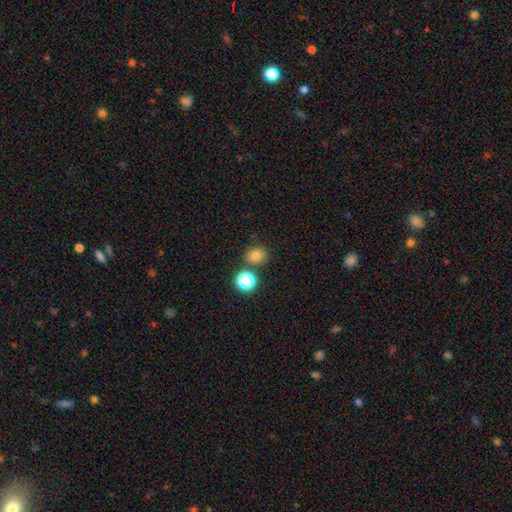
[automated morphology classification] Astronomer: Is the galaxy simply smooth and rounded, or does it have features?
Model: smooth — 75%.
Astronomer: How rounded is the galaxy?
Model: round — 75%.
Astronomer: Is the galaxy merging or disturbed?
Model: none — 76%.